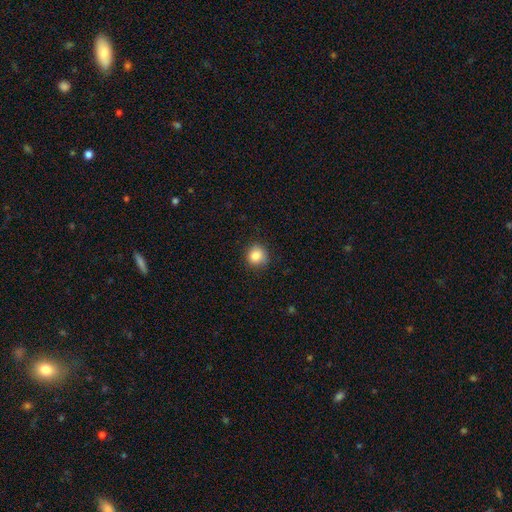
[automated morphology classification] A smooth galaxy with no disk features (85%) that is round (90%).

Vote fractions:
- Smooth or featured? smooth: 85% / star or artifact: 10% / featured or disk: 5%
- How rounded? round: 90% / in between: 9% / cigar-shaped: 1%
- Merging? none: 86% / minor disturbance: 11% / major disturbance: 2% / merger: 1%